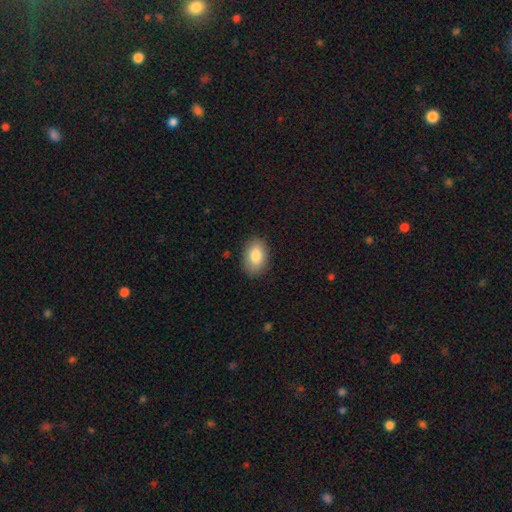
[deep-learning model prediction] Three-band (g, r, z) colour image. It shows a smooth galaxy with no disk features (84%) that is in between round and cigar-shaped (87%). Merging: none (87%).